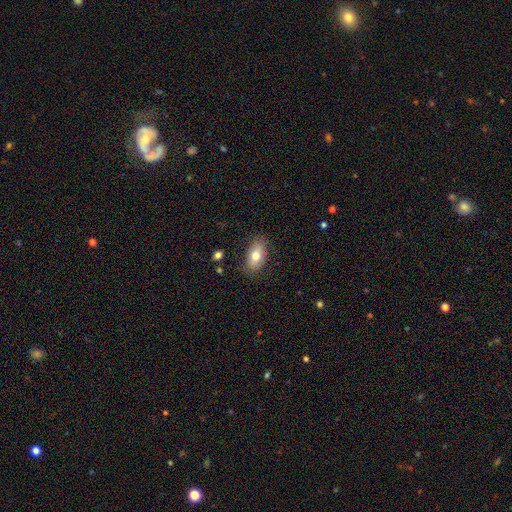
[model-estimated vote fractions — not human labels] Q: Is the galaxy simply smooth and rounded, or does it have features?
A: smooth — 71%.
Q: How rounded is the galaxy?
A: in between — 90%.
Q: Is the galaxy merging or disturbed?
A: none — 81%.